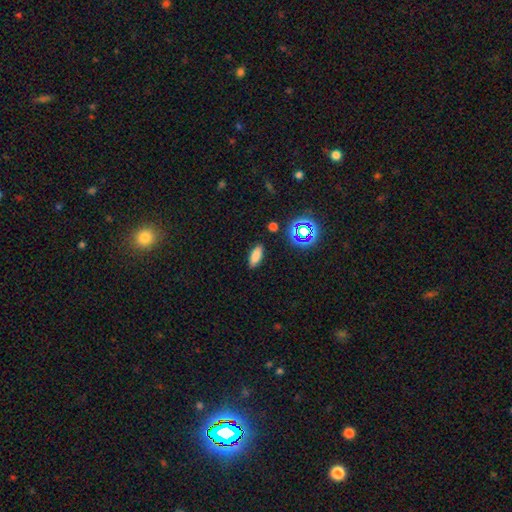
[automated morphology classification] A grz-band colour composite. It shows a smooth galaxy with no disk features (78%) that is in between round and cigar-shaped (74%). Merging: none (88%).